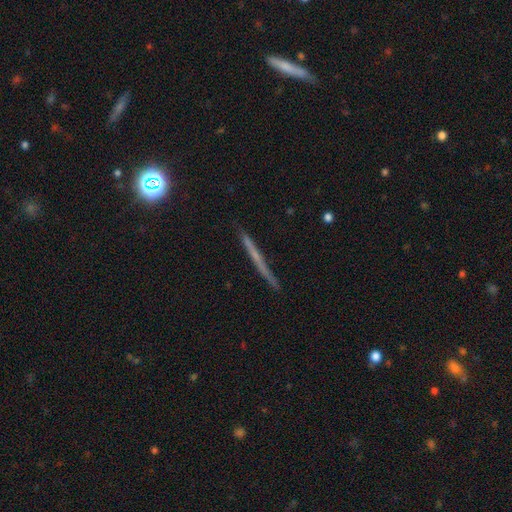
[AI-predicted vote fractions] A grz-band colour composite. It shows a featured or disk galaxy (55%) viewed edge-on (95%) with no central bulge (86%). Merging: none (87%).